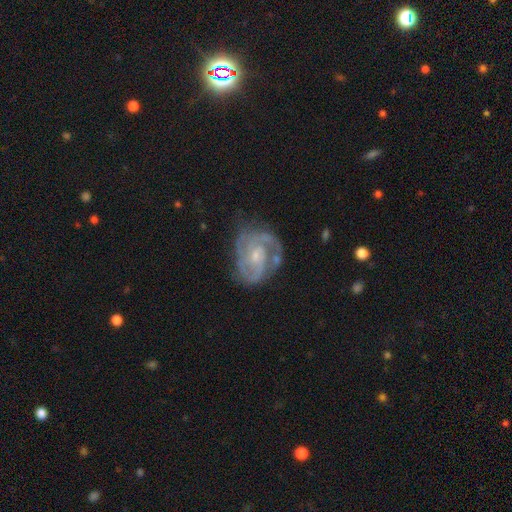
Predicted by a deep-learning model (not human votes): smooth_or_featured: featured or disk (p=0.87) [alt: smooth p=0.07]
disk_edge_on: no (p=0.98) [alt: yes p=0.02]
bar: no (p=0.54) [alt: weak p=0.38]
has_spiral_arms: yes (p=0.96) [alt: no p=0.04]
spiral_winding: tight (p=0.52) [alt: medium p=0.40]
spiral_arm_count: 2 (p=0.44) [alt: 3 p=0.26]
bulge_size: small (p=0.63) [alt: moderate p=0.31]
merging: none (p=0.65) [alt: minor disturbance p=0.22]